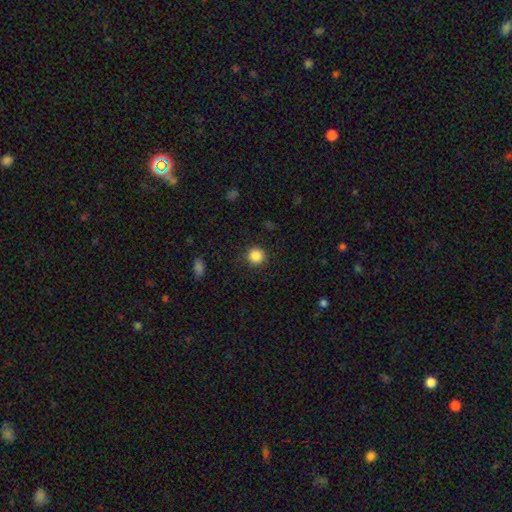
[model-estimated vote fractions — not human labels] A smooth galaxy with no disk features (86%) that is round (94%). Merging: none (89%).